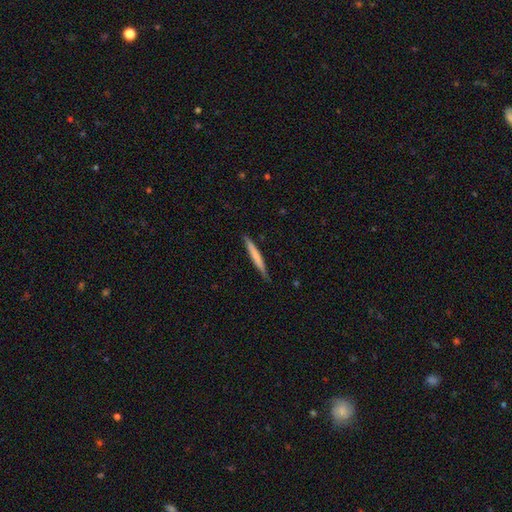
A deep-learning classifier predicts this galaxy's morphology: smooth_or_featured: smooth (p=0.65) [alt: featured or disk p=0.30]
how_rounded: cigar-shaped (p=0.96) [alt: in between p=0.02]
merging: none (p=0.86) [alt: minor disturbance p=0.11]